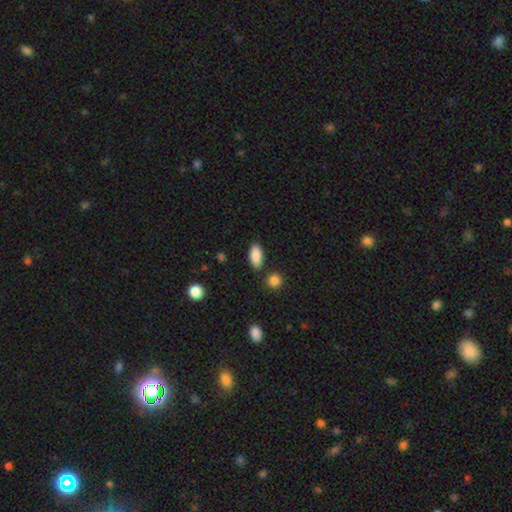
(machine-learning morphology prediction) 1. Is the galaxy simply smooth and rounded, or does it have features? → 88% smooth, 7% star or artifact, 5% featured or disk.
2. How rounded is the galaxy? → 87% in between, 10% cigar-shaped, 3% round.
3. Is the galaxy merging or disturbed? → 82% none, 11% minor disturbance, 5% merger, 3% major disturbance.